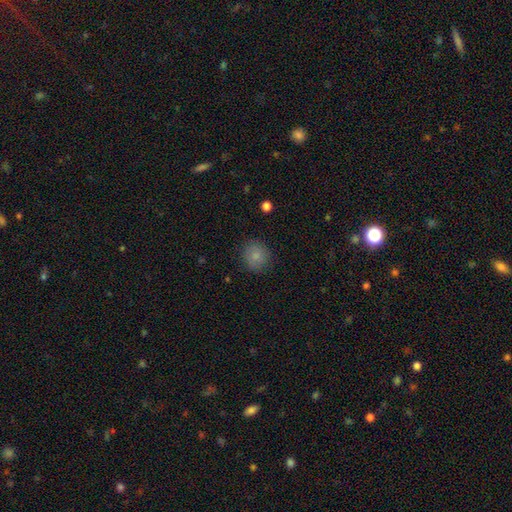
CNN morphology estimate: Overall: smooth (84%). How rounded: round (87%). Merging: none (85%).